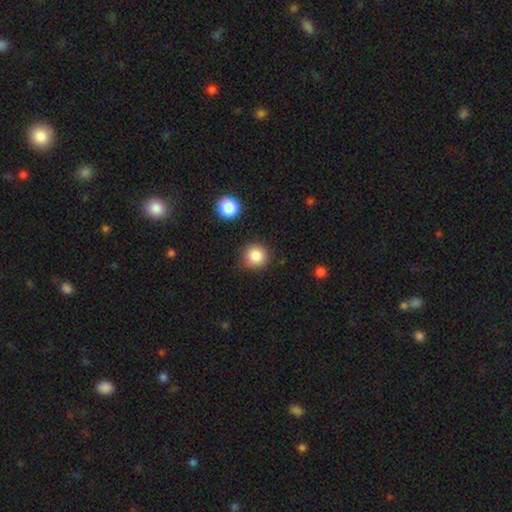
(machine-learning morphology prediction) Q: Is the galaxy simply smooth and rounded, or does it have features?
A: smooth — 85%.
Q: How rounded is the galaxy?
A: round — 93%.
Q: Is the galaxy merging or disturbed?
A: none — 84%.